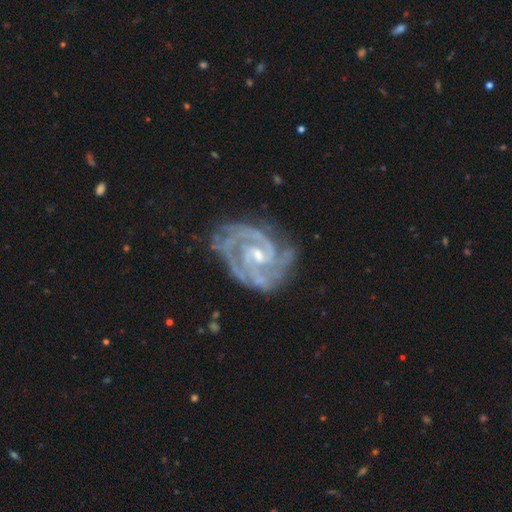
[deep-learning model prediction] smooth-or-featured: featured or disk: 91% | star or artifact: 6% | smooth: 3%
  disk-edge-on: no: 98% | yes: 2%
    bar: weak: 44% | no: 40% | strong: 17%
    has-spiral-arms: yes: 98% | no: 2%
      spiral-winding: tight: 65% | medium: 31% | loose: 4%
      spiral-arm-count: 2: 47% | 3: 25% | can't tell: 11% | 4: 7% | more than 4: 5% | 1: 5%
    bulge-size: small: 60% | moderate: 35% | none: 3% | large: 1% | dominant: 1%
  merging: none: 70% | minor disturbance: 20% | major disturbance: 8% | merger: 2%